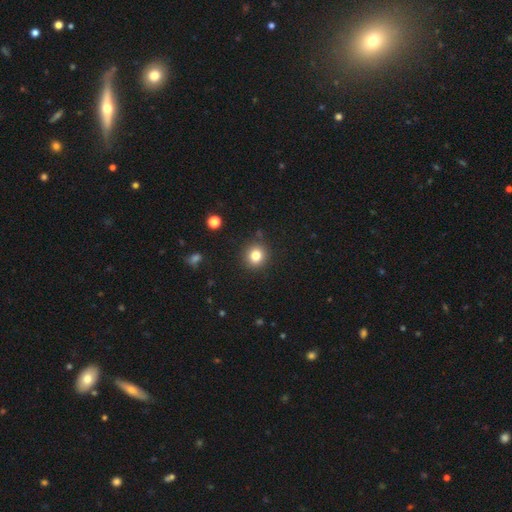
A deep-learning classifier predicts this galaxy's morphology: Q: Smooth or featured?
A: smooth (81%); runner-up: star or artifact (12%)
Q: How rounded?
A: round (86%); runner-up: in between (13%)
Q: Merging?
A: none (89%); runner-up: minor disturbance (7%)